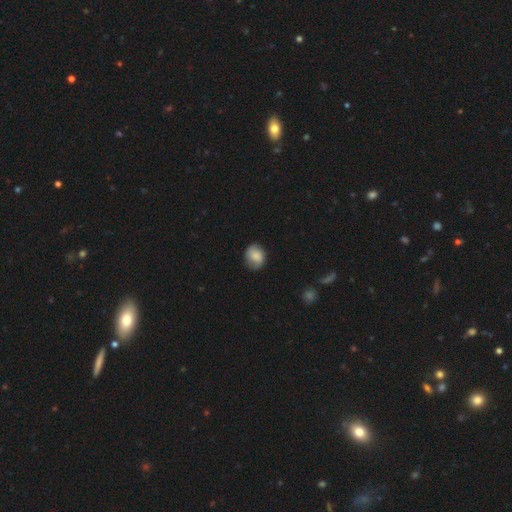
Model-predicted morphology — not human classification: smooth 71%, featured or disk 21%, star or artifact 8%. Down the decision tree: how rounded — round (60%); merging — none (75%).